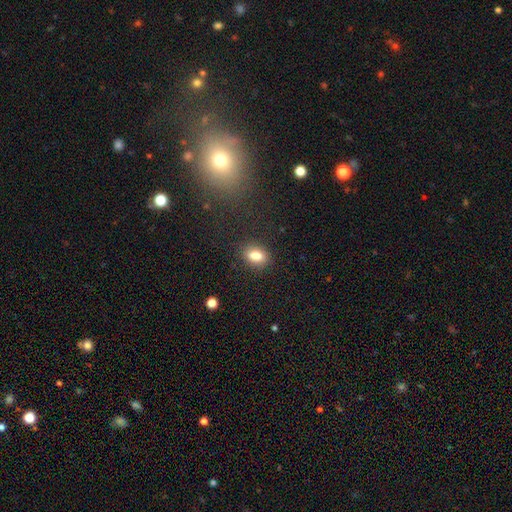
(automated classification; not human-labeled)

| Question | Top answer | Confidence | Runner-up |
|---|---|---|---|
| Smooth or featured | smooth | 83% | star or artifact (10%) |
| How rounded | in between | 79% | round (20%) |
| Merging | none | 84% | minor disturbance (11%) |